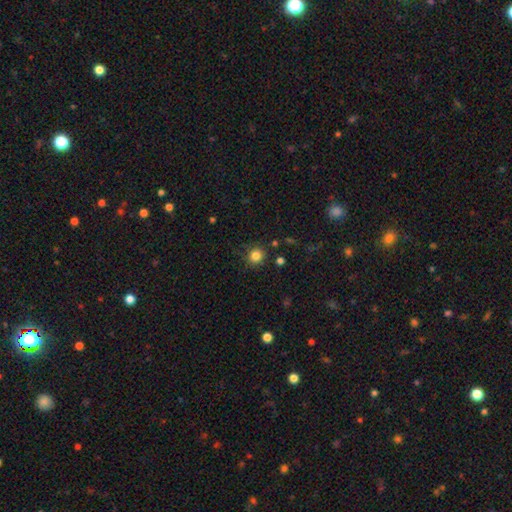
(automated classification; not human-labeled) The model was most divided on "smooth or featured": smooth: 83%, star or artifact: 12%, featured or disk: 5%. More confident: how rounded — round (90%); merging — none (84%).